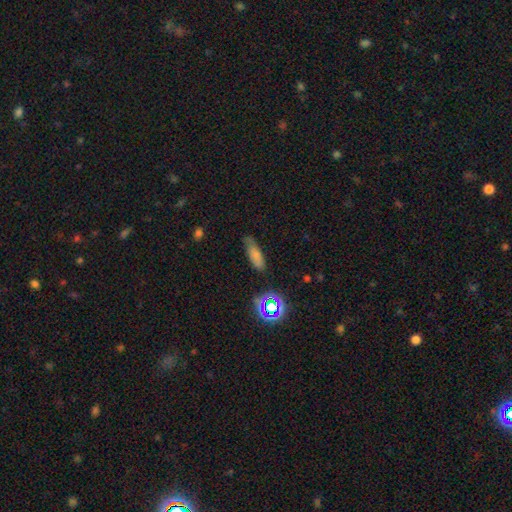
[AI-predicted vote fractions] This is likely a smooth galaxy (72%). How rounded: possibly in between (54%). Merging: likely none (66%).